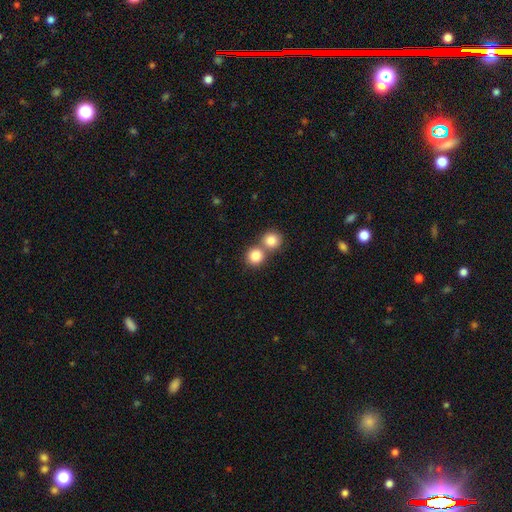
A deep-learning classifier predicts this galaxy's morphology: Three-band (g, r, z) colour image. It shows a smooth galaxy with no disk features (83%) that is round (89%). Merging: none (48%).